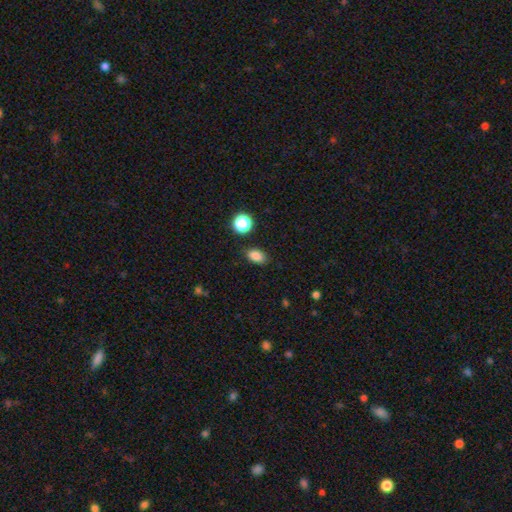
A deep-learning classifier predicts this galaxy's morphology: Overall: smooth (84%). How rounded: in between (81%). Merging: none (85%).